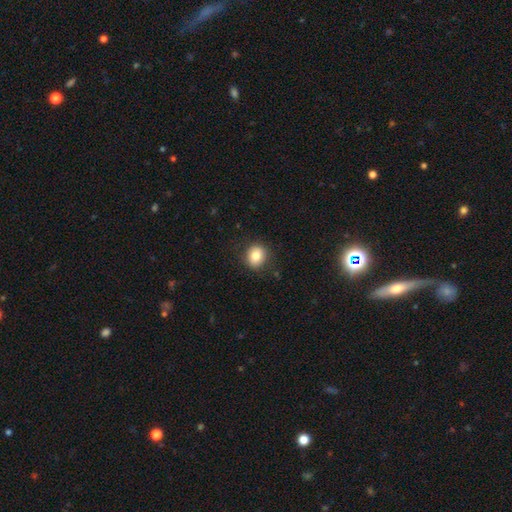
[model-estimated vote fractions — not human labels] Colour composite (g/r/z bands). It shows a smooth galaxy with no disk features (81%) that is round (72%). Merging: none (85%).